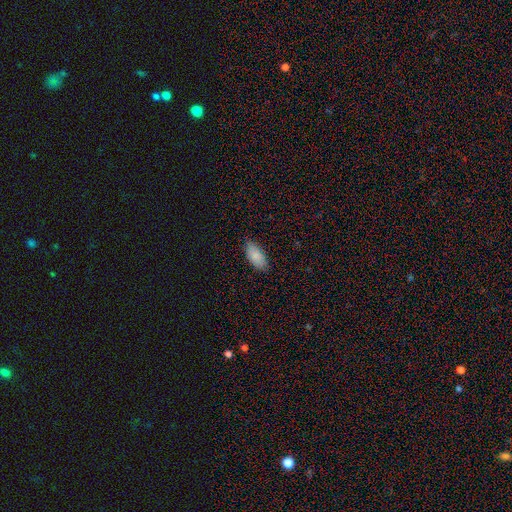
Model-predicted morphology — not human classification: A smooth galaxy with no disk features (86%) that is in between round and cigar-shaped (92%).

Vote fractions:
- Smooth or featured? smooth: 86% / featured or disk: 8% / star or artifact: 6%
- How rounded? in between: 92% / cigar-shaped: 6% / round: 2%
- Merging? none: 83% / minor disturbance: 14% / major disturbance: 2% / merger: 1%